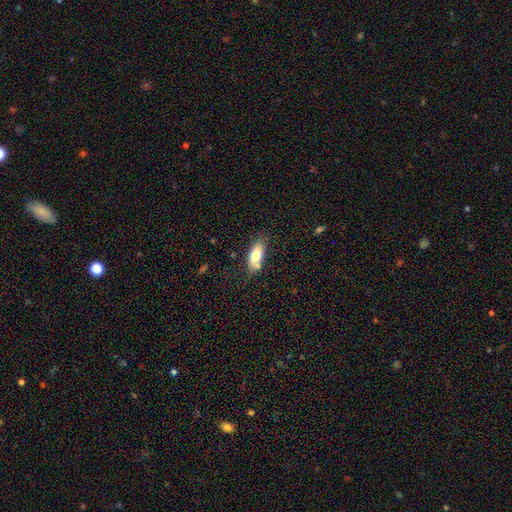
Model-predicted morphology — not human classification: Q: Smooth or featured?
A: smooth (72%); runner-up: featured or disk (21%)
Q: How rounded?
A: in between (81%); runner-up: cigar-shaped (16%)
Q: Merging?
A: none (69%); runner-up: minor disturbance (19%)